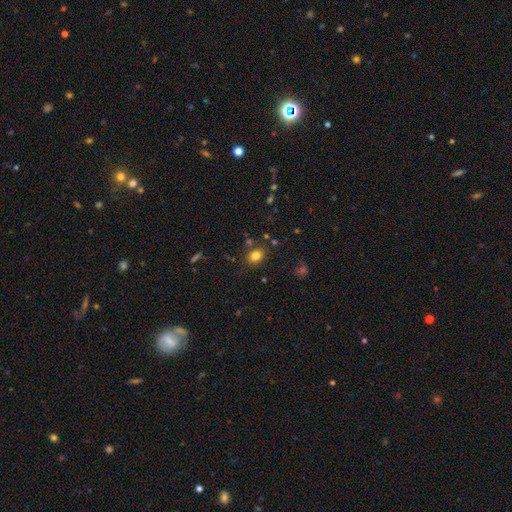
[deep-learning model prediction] Morphology: type=smooth (81%); roundness=in between (59%); merging=none (80%).